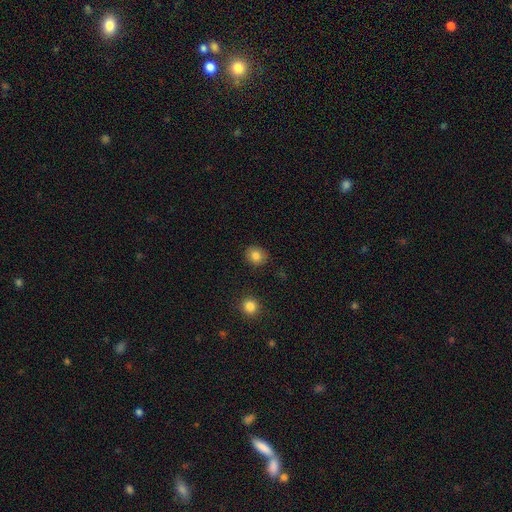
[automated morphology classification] Smooth or featured: smooth — 83% (star or artifact — 10%)
How rounded: round — 75% (in between — 24%)
Merging: none — 88% (minor disturbance — 8%)